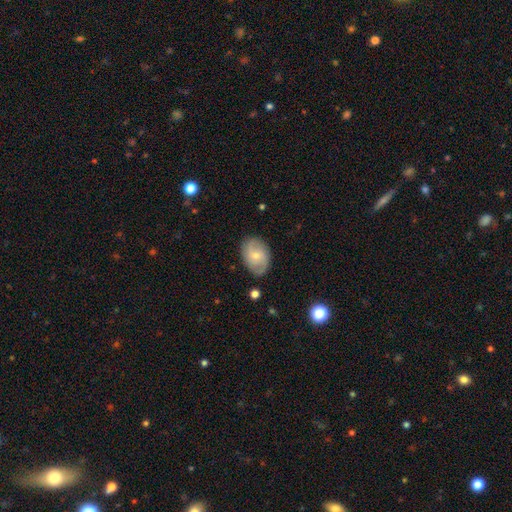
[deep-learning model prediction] featured or disk 51%, smooth 42%, star or artifact 7%. Down the decision tree: edge-on disk — no (96%); merging — none (78%).